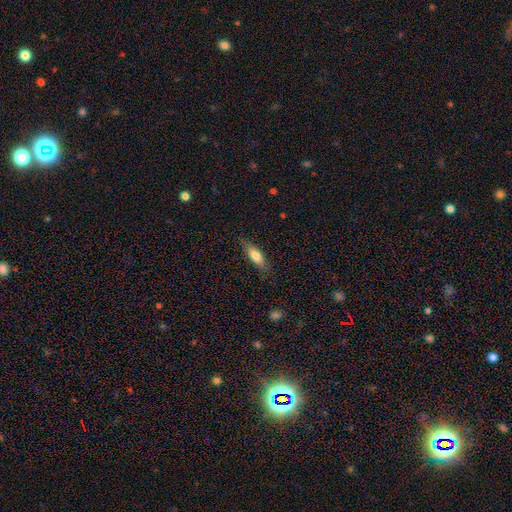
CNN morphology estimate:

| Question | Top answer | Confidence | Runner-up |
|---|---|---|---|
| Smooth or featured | smooth | 65% | featured or disk (28%) |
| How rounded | in between | 49% | tied: cigar-shaped (49%) |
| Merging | none | 81% | minor disturbance (15%) |